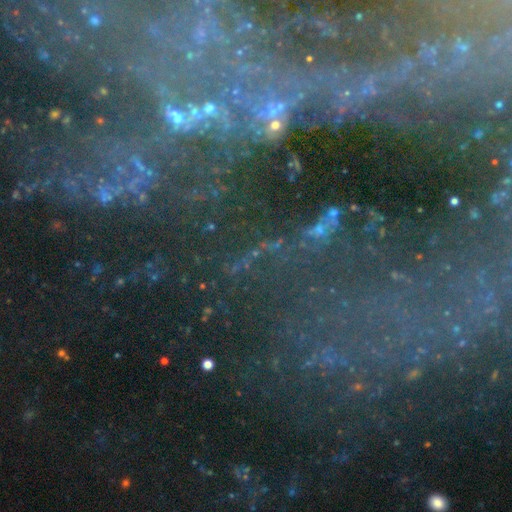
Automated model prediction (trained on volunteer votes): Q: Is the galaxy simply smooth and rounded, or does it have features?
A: star or artifact — 58%.